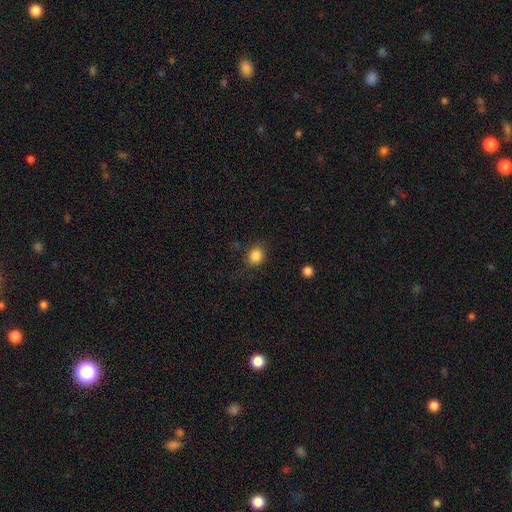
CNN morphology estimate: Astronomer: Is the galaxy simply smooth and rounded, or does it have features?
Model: smooth — 85%.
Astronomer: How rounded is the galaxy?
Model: round — 81%.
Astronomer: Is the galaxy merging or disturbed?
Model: none — 83%.